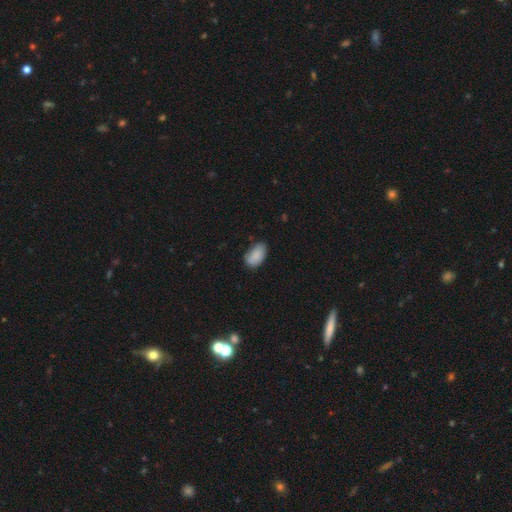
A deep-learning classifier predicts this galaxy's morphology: A smooth galaxy with no disk features (87%) that is in between round and cigar-shaped (93%). Merging: none (70%).